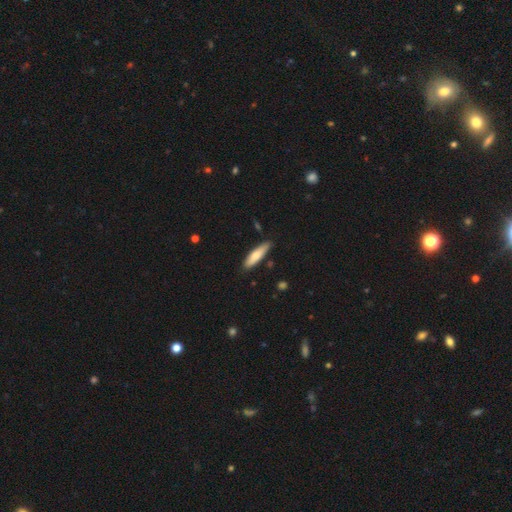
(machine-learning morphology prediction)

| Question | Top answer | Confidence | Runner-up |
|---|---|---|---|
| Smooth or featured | smooth | 72% | featured or disk (23%) |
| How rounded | cigar-shaped | 68% | in between (30%) |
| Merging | none | 82% | minor disturbance (14%) |